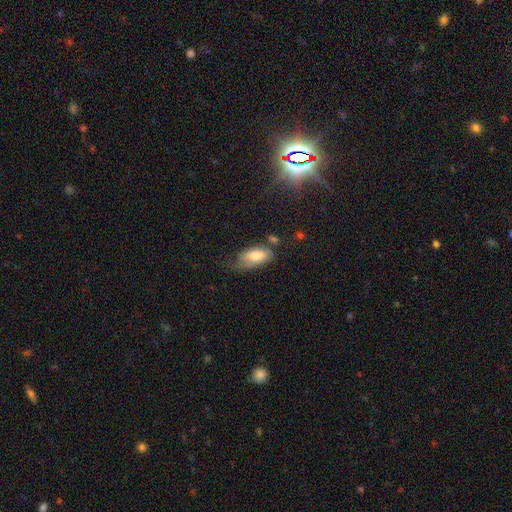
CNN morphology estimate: Overall: smooth (73%). How rounded: in between (89%). Merging: none (37%; minor disturbance 33%).